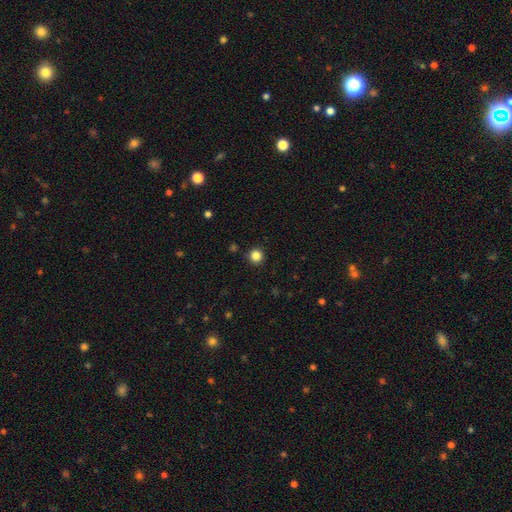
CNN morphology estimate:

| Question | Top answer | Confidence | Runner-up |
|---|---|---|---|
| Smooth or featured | smooth | 84% | star or artifact (12%) |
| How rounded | round | 95% | in between (4%) |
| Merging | none | 92% | minor disturbance (5%) |